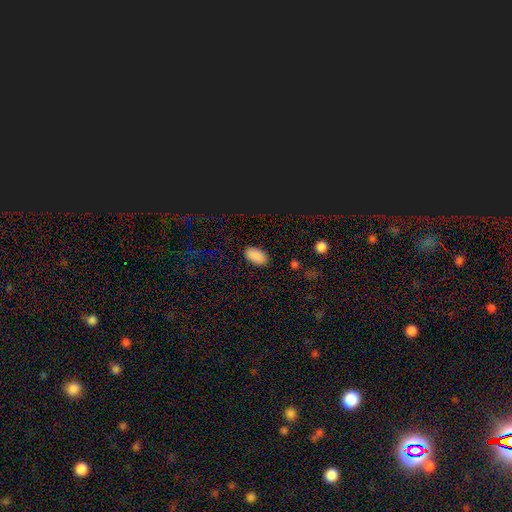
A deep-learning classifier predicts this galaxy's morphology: Smooth or featured? Predicted: smooth (p=0.87). How rounded? Predicted: in between (p=0.94). Merging? Predicted: none (p=0.88).